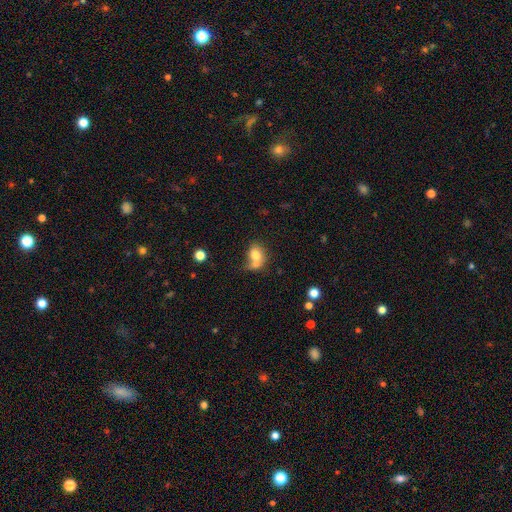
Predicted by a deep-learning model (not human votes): smooth-or-featured: smooth: 73% | featured or disk: 17% | star or artifact: 10%
  how-rounded: in between: 54% | round: 44% | cigar-shaped: 1%
  merging: merger: 53% | none: 26% | minor disturbance: 12% | major disturbance: 9%